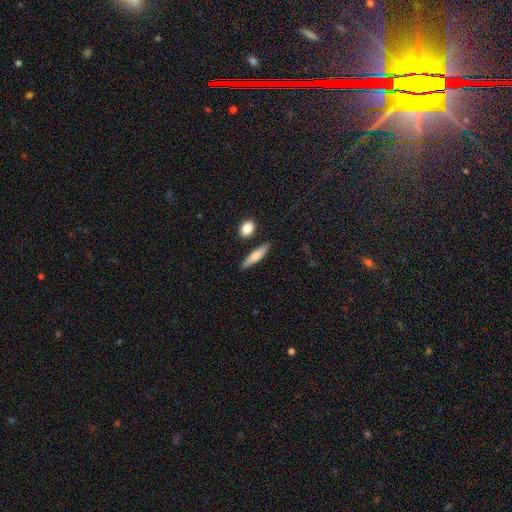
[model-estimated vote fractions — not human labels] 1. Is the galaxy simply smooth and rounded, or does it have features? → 69% smooth, 25% featured or disk, 6% star or artifact.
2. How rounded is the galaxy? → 79% cigar-shaped, 18% in between, 3% round.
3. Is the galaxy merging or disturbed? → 84% none, 10% minor disturbance, 4% merger, 2% major disturbance.